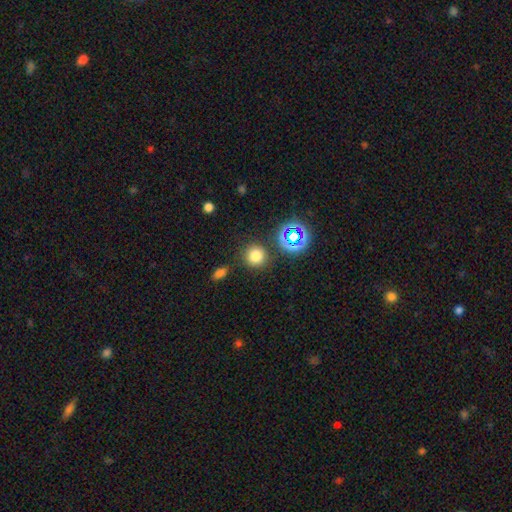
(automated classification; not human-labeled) Smooth or featured?
  - smooth: 74% *
  - star or artifact: 19%
  - featured or disk: 7%
How rounded?
  - round: 92% *
  - in between: 7%
  - cigar-shaped: 1%
Merging?
  - none: 84% *
  - minor disturbance: 8%
  - merger: 4%
  - major disturbance: 3%